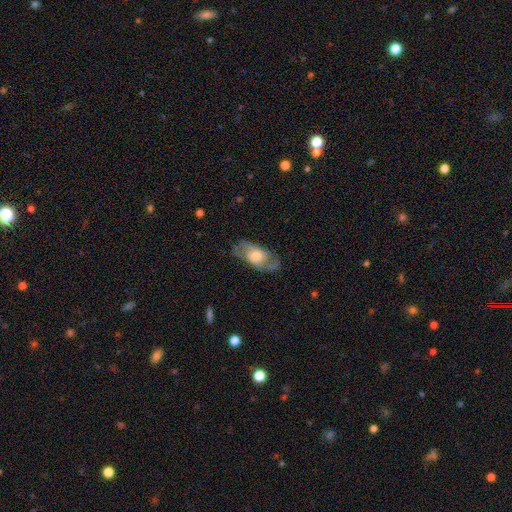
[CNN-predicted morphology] smooth-or-featured: featured or disk: 61% | smooth: 33% | star or artifact: 6%
  disk-edge-on: no: 88% | yes: 12%
    bar: no: 64% | weak: 29% | strong: 7%
    has-spiral-arms: yes: 72% | no: 28%
    bulge-size: moderate: 51% | large: 27% | small: 17% | none: 3% | dominant: 2%
  merging: none: 72% | minor disturbance: 17% | major disturbance: 9% | merger: 1%